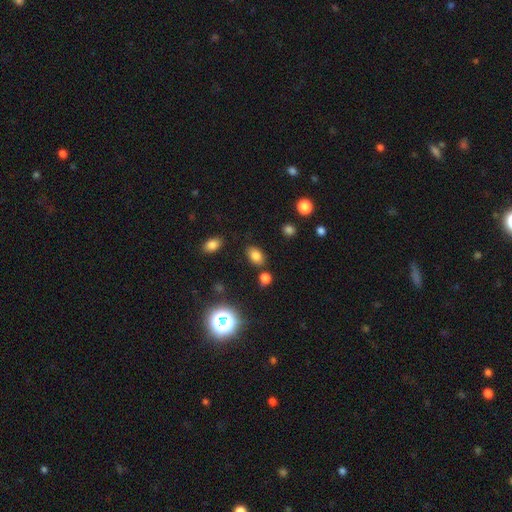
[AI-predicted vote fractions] Smooth or featured? smooth (79%)
How rounded? in between (81%)
Merging? none (80%)